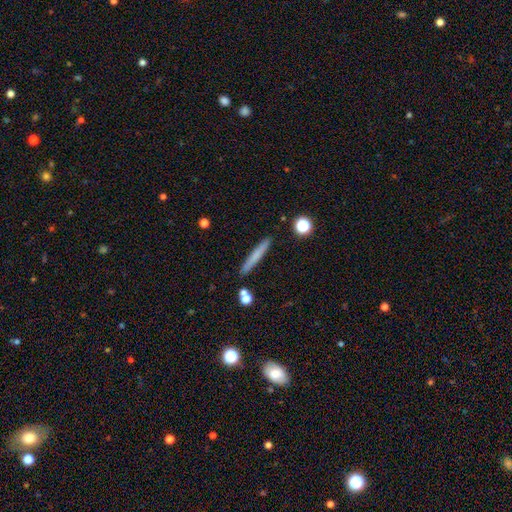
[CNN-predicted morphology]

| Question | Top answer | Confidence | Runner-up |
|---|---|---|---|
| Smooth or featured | smooth | 66% | featured or disk (26%) |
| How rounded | cigar-shaped | 96% | in between (3%) |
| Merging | none | 89% | minor disturbance (7%) |